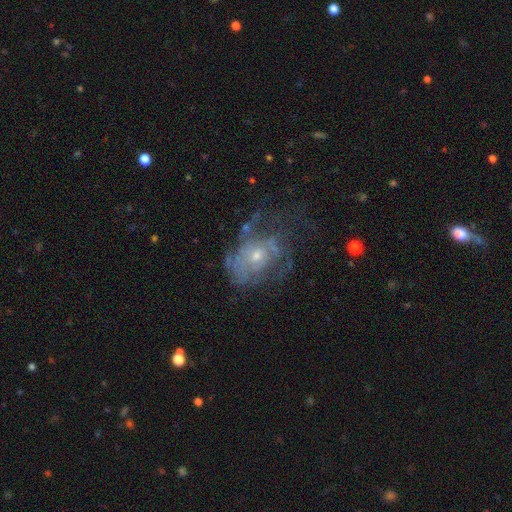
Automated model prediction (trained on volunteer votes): smooth-or-featured: featured or disk: 73% | smooth: 18% | star or artifact: 10%
  disk-edge-on: no: 96% | yes: 4%
    bar: no: 82% | weak: 16% | strong: 3%
    has-spiral-arms: yes: 65% | no: 35%
    bulge-size: small: 54% | moderate: 41% | large: 2% | none: 2% | dominant: 1%
  merging: none: 44% | major disturbance: 31% | minor disturbance: 23% | merger: 3%